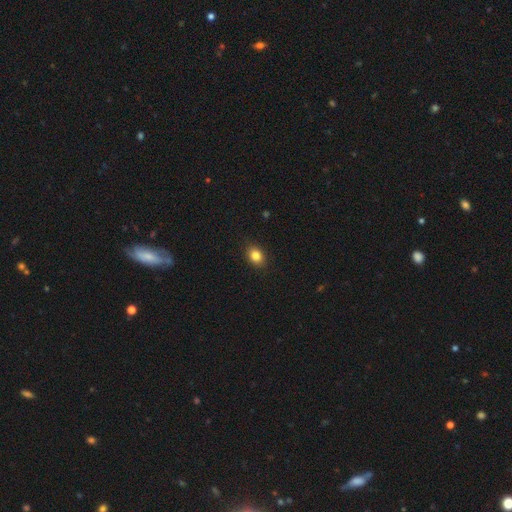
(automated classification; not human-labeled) smooth-or-featured: smooth: 84% | star or artifact: 10% | featured or disk: 6%
  how-rounded: in between: 62% | round: 37% | cigar-shaped: 1%
  merging: none: 89% | minor disturbance: 8% | major disturbance: 2% | merger: 1%